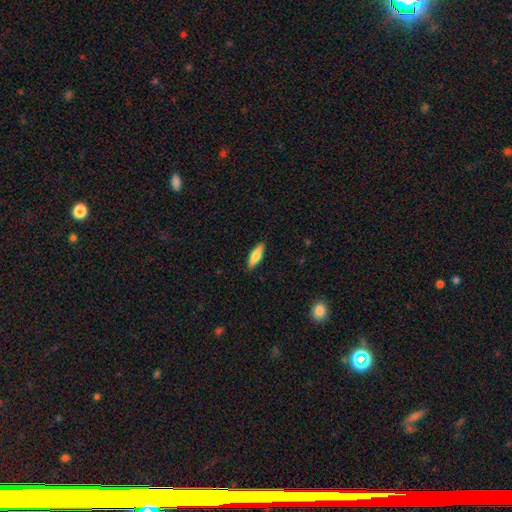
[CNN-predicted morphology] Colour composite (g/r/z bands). It shows a smooth galaxy with no disk features (74%) that is cigar-shaped (57%). Merging: none (89%).